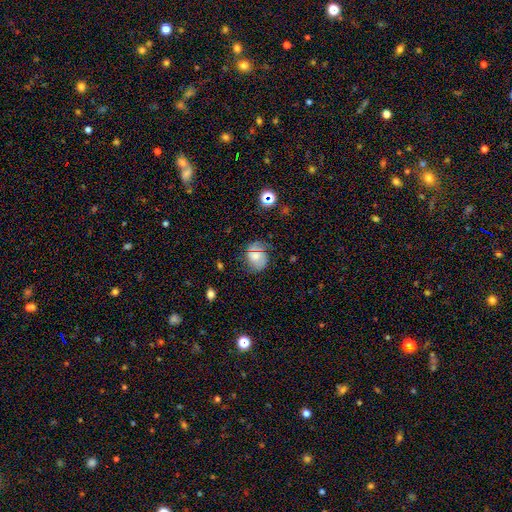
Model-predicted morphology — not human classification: smooth_or_featured: smooth (p=0.51) [alt: featured or disk p=0.36]
how_rounded: round (p=0.60) [alt: in between p=0.39]
merging: none (p=0.62) [alt: minor disturbance p=0.25]